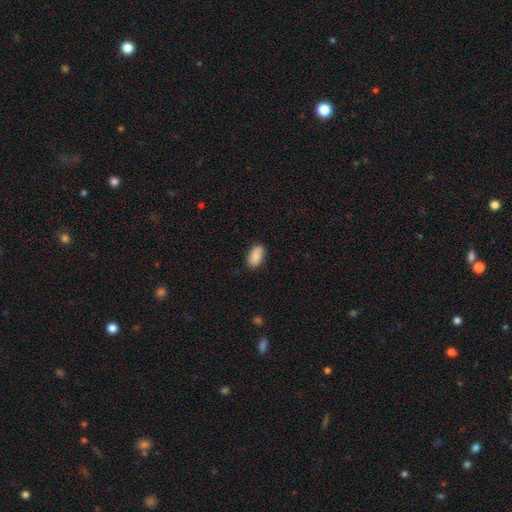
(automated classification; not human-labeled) Q: Smooth or featured?
A: smooth (79%); runner-up: featured or disk (13%)
Q: How rounded?
A: in between (92%); runner-up: round (6%)
Q: Merging?
A: none (79%); runner-up: minor disturbance (16%)